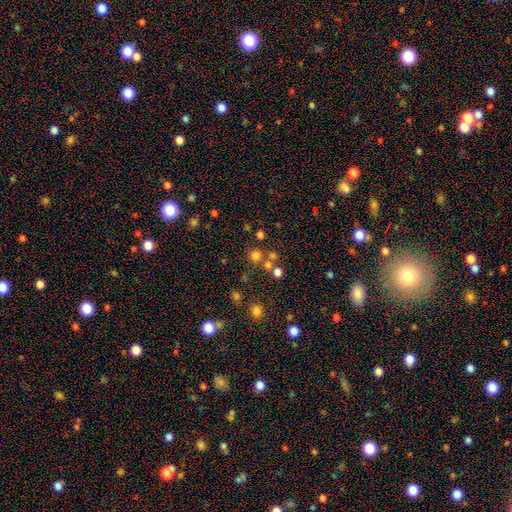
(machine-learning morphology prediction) This is likely a smooth galaxy (68%). How rounded: clearly round (91%). Merging: likely none (68%).